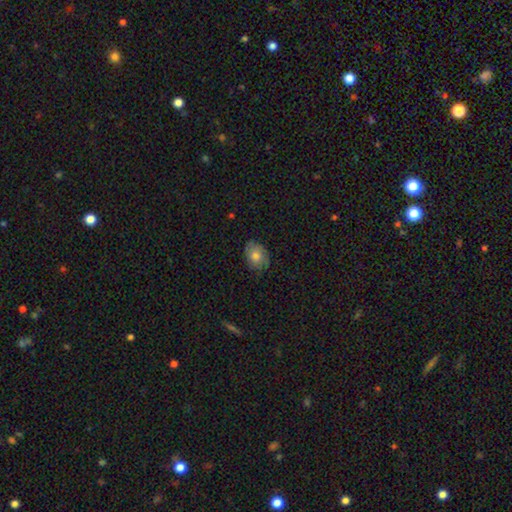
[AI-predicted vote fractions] A smooth galaxy with no disk features (72%) that is in between round and cigar-shaped (68%).

Vote fractions:
- Smooth or featured? smooth: 72% / featured or disk: 20% / star or artifact: 8%
- How rounded? in between: 68% / round: 31% / cigar-shaped: 1%
- Merging? none: 73% / minor disturbance: 22% / major disturbance: 4% / merger: 1%